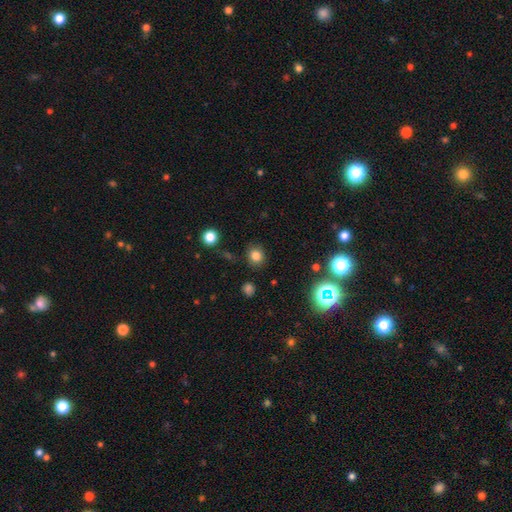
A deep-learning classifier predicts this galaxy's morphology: Smooth or featured? Predicted: smooth (p=0.79). How rounded? Predicted: round (p=0.81). Merging? Predicted: none (p=0.86).